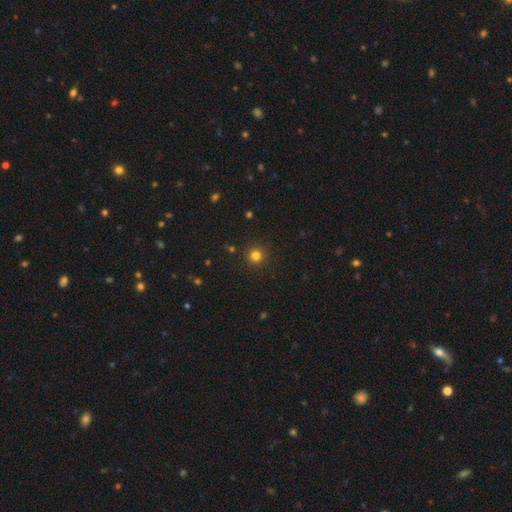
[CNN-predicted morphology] smooth-or-featured: smooth: 80% | star or artifact: 15% | featured or disk: 5%
  how-rounded: round: 95% | in between: 4% | cigar-shaped: 1%
  merging: none: 91% | minor disturbance: 5% | major disturbance: 2% | merger: 1%